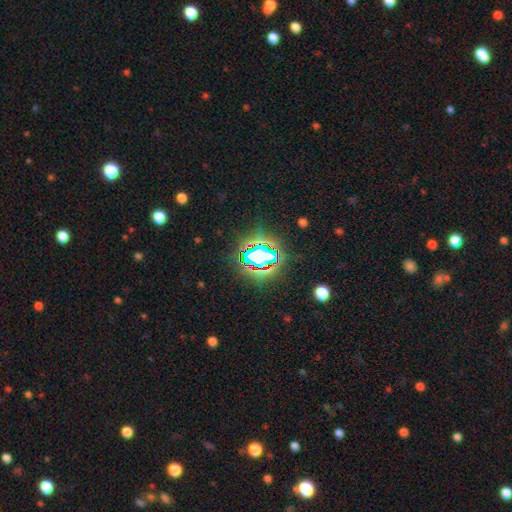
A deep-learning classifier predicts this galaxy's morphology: A star or artifact, not a galaxy (69%).

Vote fractions:
- Smooth or featured? star or artifact: 69% / smooth: 19% / featured or disk: 12%